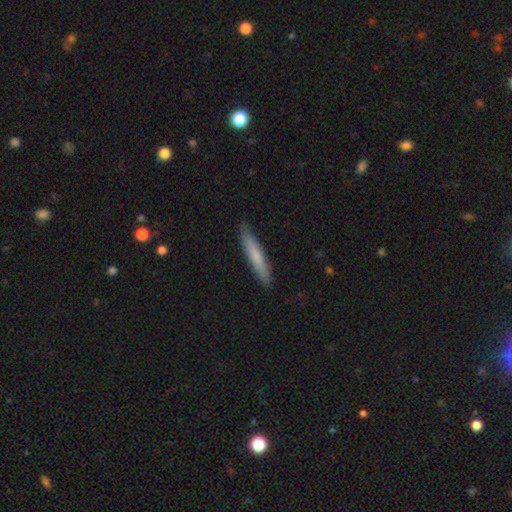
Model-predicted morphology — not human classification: Smooth or featured? Predicted: smooth (p=0.72). How rounded? Predicted: cigar-shaped (p=0.93). Merging? Predicted: none (p=0.88).